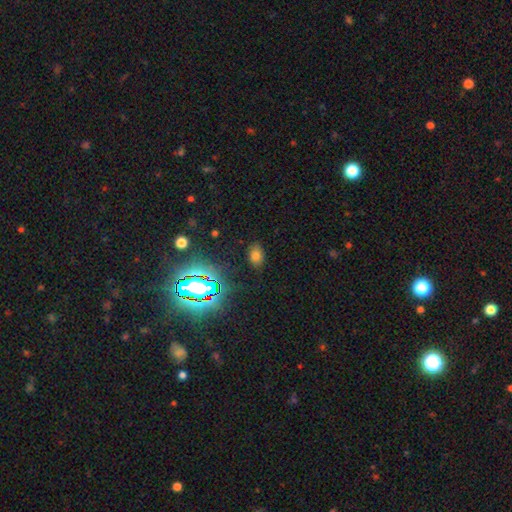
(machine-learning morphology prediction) Smooth or featured? smooth (64%)
How rounded? in between (81%)
Merging? none (83%)